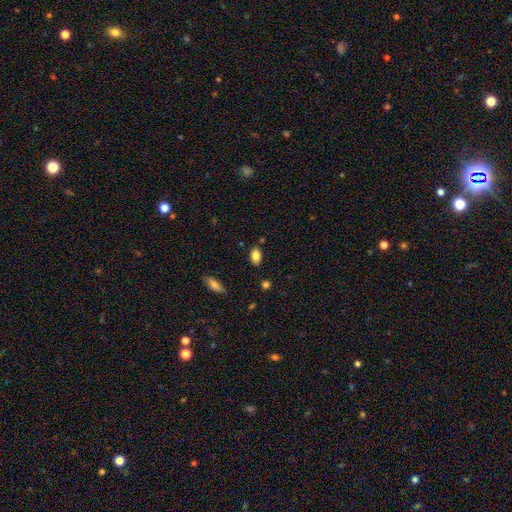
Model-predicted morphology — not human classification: A smooth galaxy with no disk features (83%) that is in between round and cigar-shaped (89%).

Vote fractions:
- Smooth or featured? smooth: 83% / star or artifact: 9% / featured or disk: 8%
- How rounded? in between: 89% / round: 8% / cigar-shaped: 3%
- Merging? none: 83% / minor disturbance: 12% / merger: 3% / major disturbance: 3%